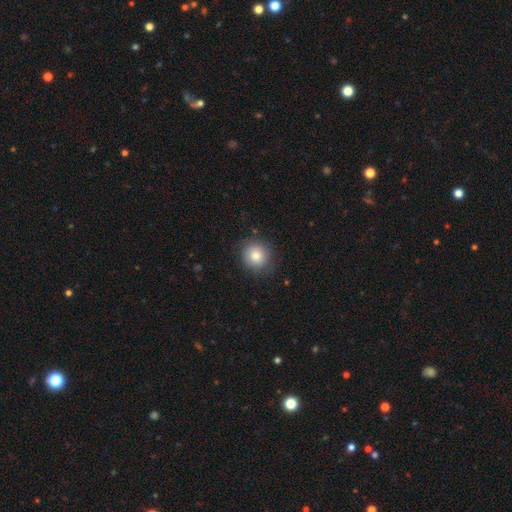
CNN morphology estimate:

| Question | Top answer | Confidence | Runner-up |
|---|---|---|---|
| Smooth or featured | smooth | 80% | featured or disk (11%) |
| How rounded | round | 89% | in between (10%) |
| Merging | none | 82% | minor disturbance (13%) |